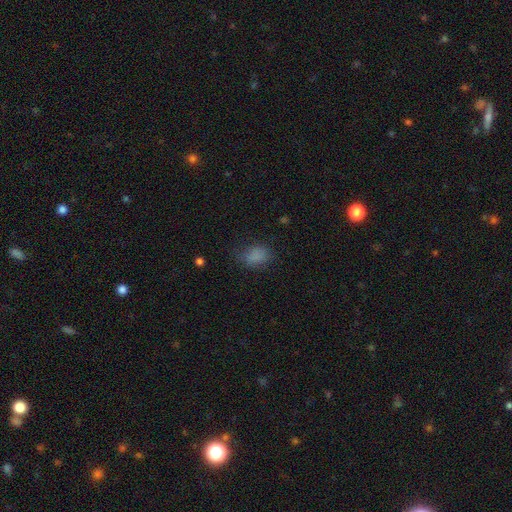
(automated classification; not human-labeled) This is clearly a smooth galaxy (81%). How rounded: likely in between (77%). Merging: likely none (67%).